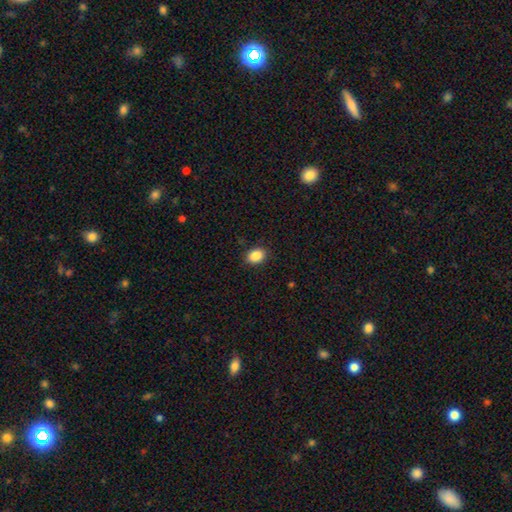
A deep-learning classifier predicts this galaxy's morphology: Smooth or featured? smooth (88%)
How rounded? in between (68%)
Merging? none (88%)